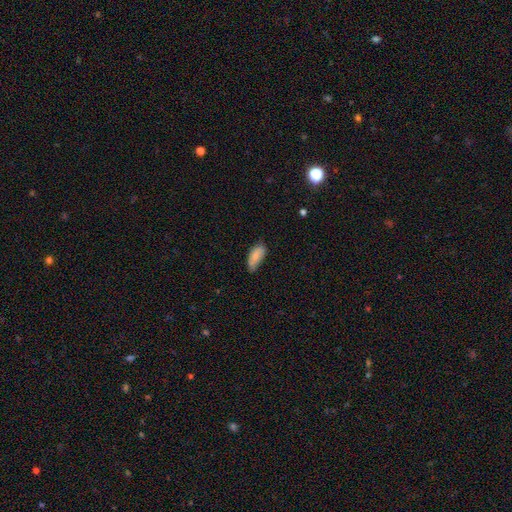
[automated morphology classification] Smooth or featured: smooth — 81% (featured or disk — 12%)
How rounded: in between — 86% (cigar-shaped — 11%)
Merging: none — 57% (minor disturbance — 34%)